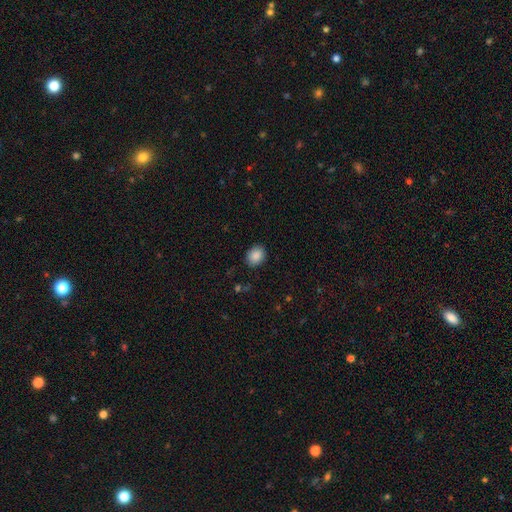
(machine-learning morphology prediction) This appears to be a smooth galaxy with no disk features (88%) that is round (52%). Merging: none (87%).